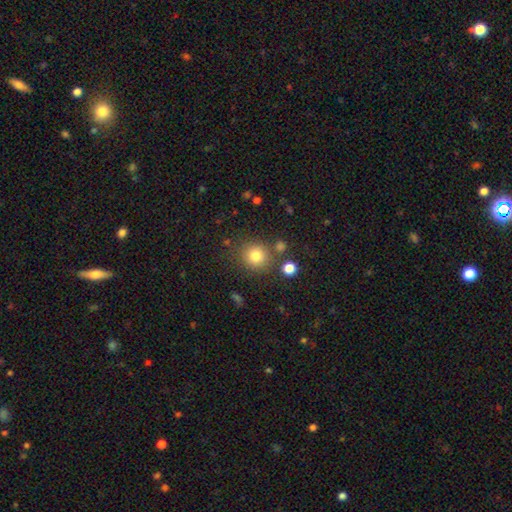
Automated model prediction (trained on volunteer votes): Overall: smooth (81%). How rounded: round (90%). Merging: none (80%).